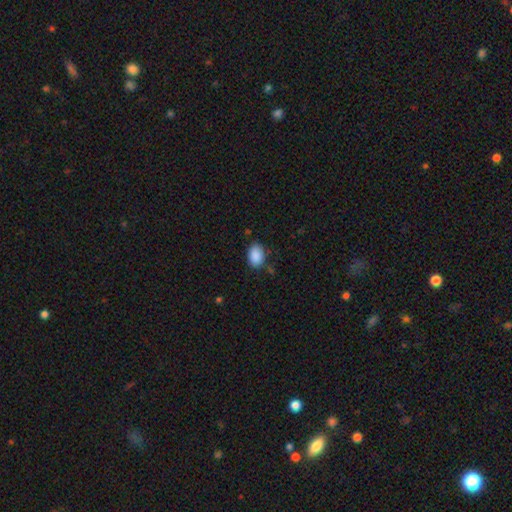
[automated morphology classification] Overall: smooth (89%). How rounded: in between (82%). Merging: none (79%).